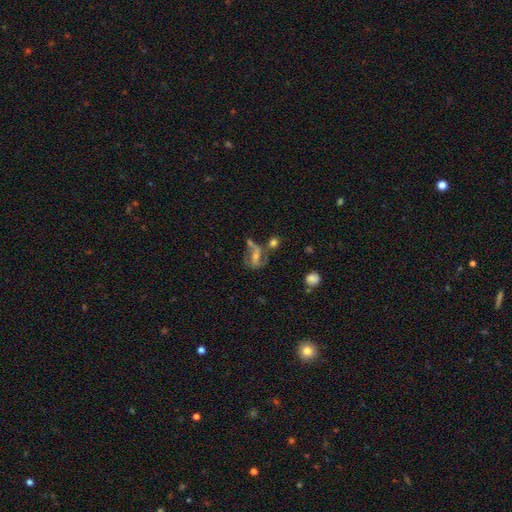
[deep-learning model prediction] Smooth or featured? Predicted: featured or disk (p=0.66). Edge-on disk? Predicted: no (p=0.95). Bar? Predicted: weak (p=0.37). Spiral arms? Predicted: yes (p=0.79). Bulge size? Predicted: small (p=0.49). Merging? Predicted: none (p=0.38).